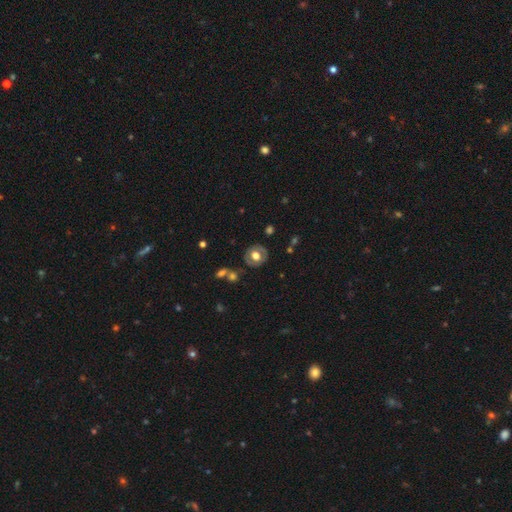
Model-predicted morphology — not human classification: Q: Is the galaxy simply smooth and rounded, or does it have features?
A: smooth — 51%.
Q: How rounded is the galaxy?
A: round — 78%.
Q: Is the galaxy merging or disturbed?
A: none — 80%.